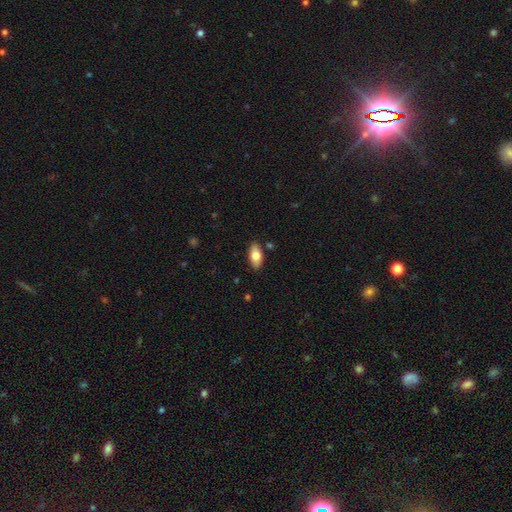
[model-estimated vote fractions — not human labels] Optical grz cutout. It shows a smooth galaxy with no disk features (75%) that is in between round and cigar-shaped (88%). Merging: none (87%).